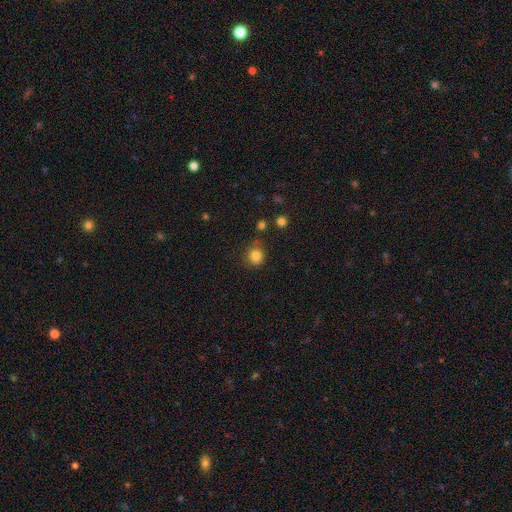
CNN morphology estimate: Smooth or featured? Predicted: smooth (p=0.83). How rounded? Predicted: round (p=0.85). Merging? Predicted: none (p=0.79).